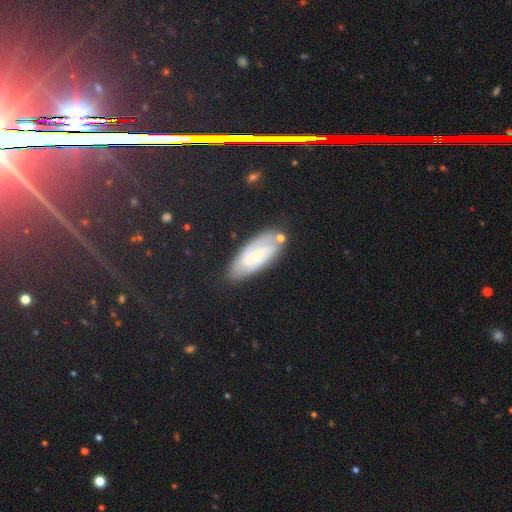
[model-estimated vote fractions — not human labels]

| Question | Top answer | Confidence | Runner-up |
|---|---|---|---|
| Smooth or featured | featured or disk | 60% | smooth (26%) |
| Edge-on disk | no | 89% | yes (11%) |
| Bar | no | 53% | weak (39%) |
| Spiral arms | yes | 85% | no (15%) |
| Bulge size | small | 65% | moderate (28%) |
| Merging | none | 73% | minor disturbance (19%) |